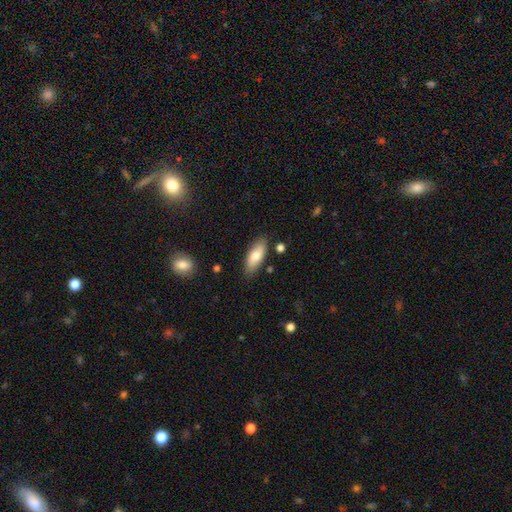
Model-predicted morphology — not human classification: smooth 77%, featured or disk 17%, star or artifact 6%. Down the decision tree: how rounded — in between (76%); merging — none (83%).